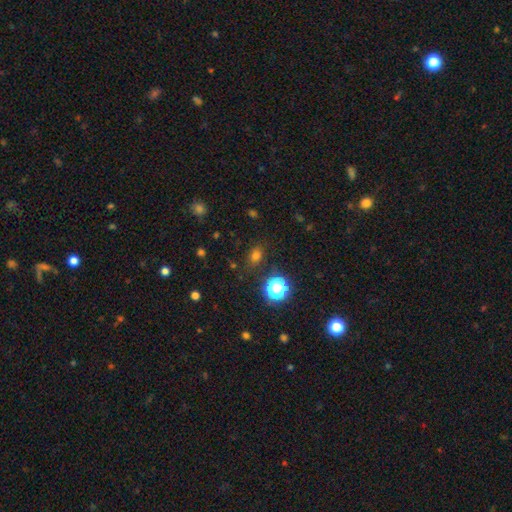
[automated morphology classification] type=smooth (72%); roundness=round (52%); merging=none (83%).